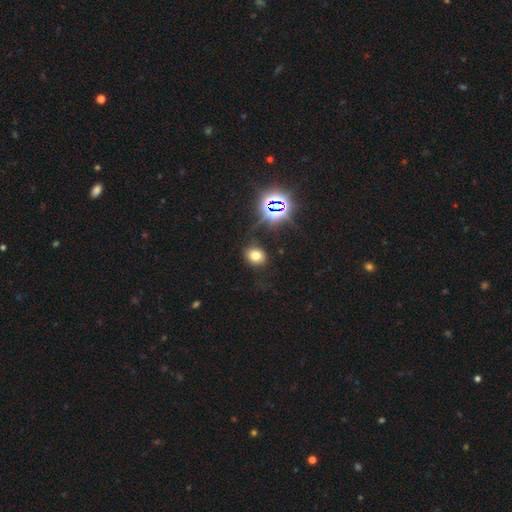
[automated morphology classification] type=smooth (67%); roundness=round (57%); merging=none (80%).